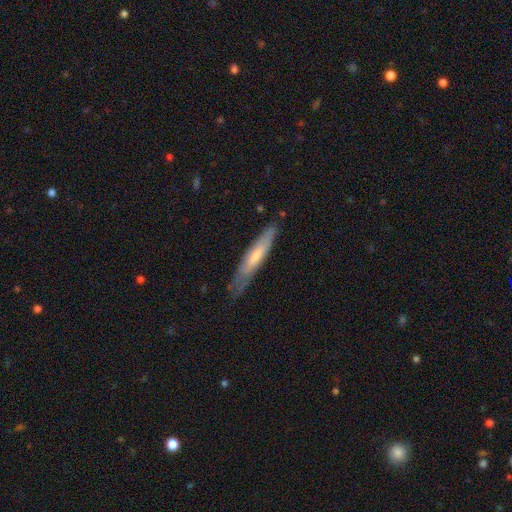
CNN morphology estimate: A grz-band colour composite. It shows a featured or disk galaxy (49%). Merging: none (67%).